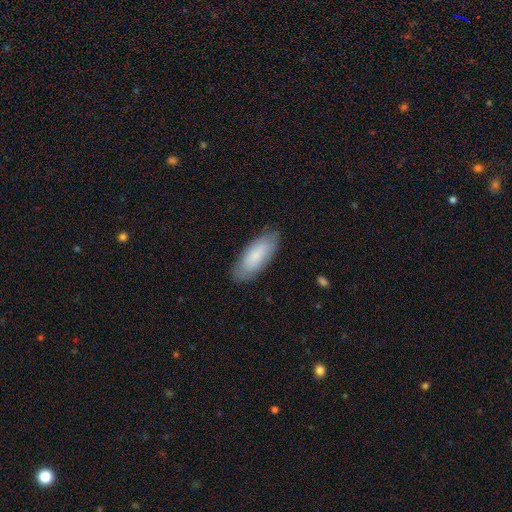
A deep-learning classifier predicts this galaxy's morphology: smooth-or-featured: smooth: 81% | featured or disk: 14% | star or artifact: 5%
  how-rounded: in between: 76% | cigar-shaped: 22% | round: 2%
  merging: none: 84% | minor disturbance: 12% | major disturbance: 2% | merger: 1%